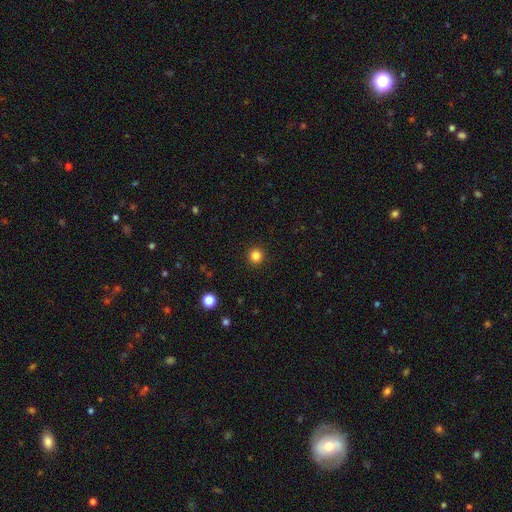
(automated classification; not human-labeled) A smooth galaxy with no disk features (84%) that is round (95%). Merging: none (93%).